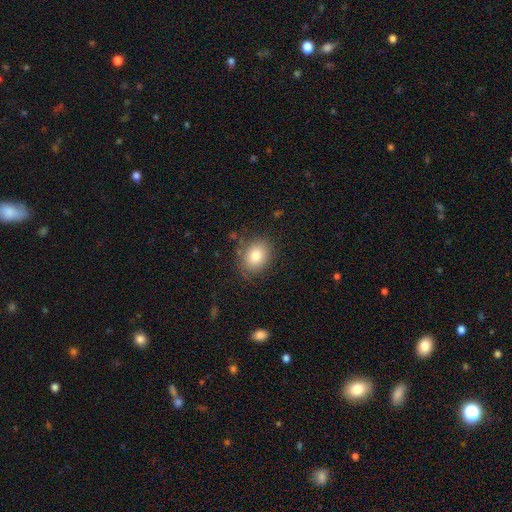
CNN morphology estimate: A smooth galaxy with no disk features (81%) that is in between round and cigar-shaped (51%). Merging: none (82%).